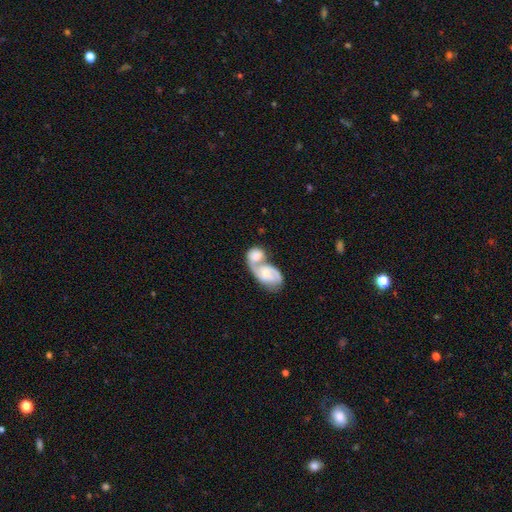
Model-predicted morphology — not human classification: featured or disk 54%, smooth 40%, star or artifact 6%. Down the decision tree: edge-on disk — no (95%); bar — no (65%); spiral arms — yes (79%); bulge size — small (44%); merging — merger (75%).